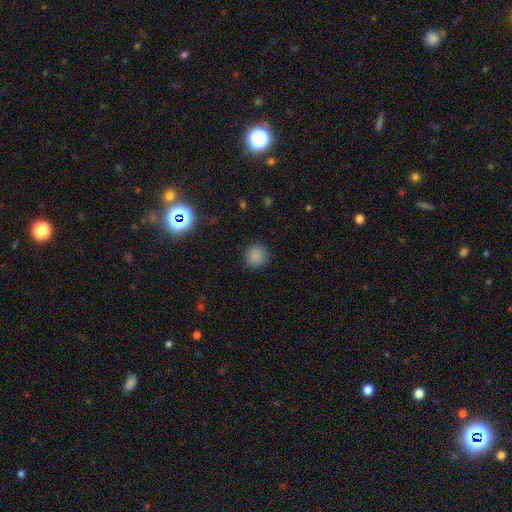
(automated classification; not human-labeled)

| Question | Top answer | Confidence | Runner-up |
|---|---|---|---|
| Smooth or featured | smooth | 84% | star or artifact (12%) |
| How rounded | round | 93% | in between (6%) |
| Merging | none | 88% | minor disturbance (8%) |